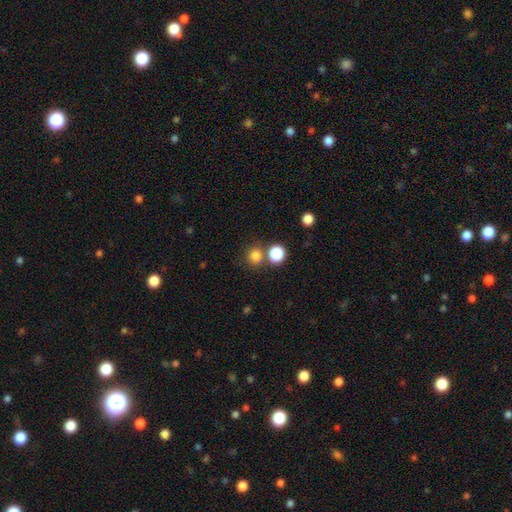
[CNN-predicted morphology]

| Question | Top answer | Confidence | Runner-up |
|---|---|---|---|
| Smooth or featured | smooth | 79% | star or artifact (16%) |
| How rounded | round | 91% | in between (8%) |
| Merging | none | 71% | merger (19%) |